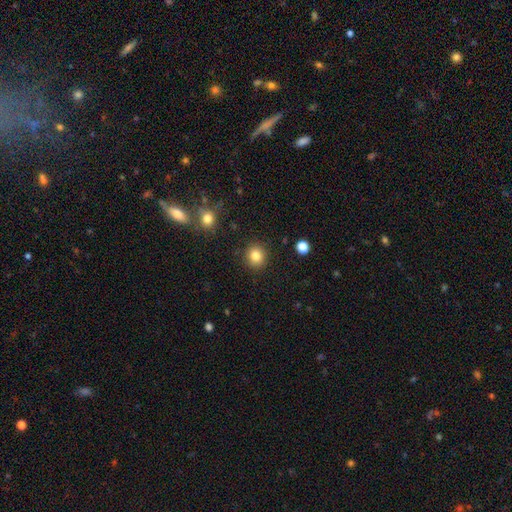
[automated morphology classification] smooth_or_featured: smooth (p=0.83) [alt: star or artifact p=0.11]
how_rounded: round (p=0.84) [alt: in between p=0.15]
merging: none (p=0.90) [alt: minor disturbance p=0.06]